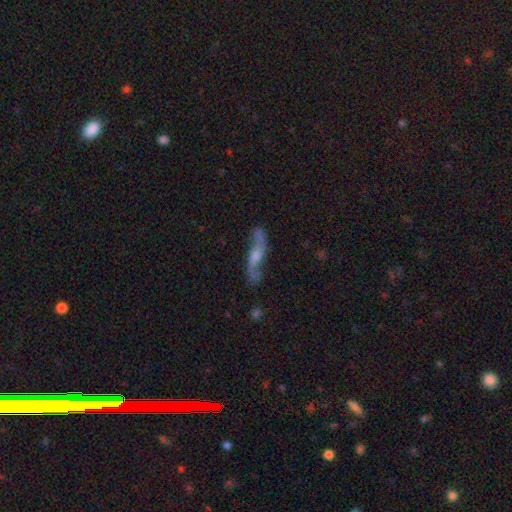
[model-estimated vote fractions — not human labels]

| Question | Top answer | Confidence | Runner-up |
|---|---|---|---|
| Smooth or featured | featured or disk | 74% | smooth (19%) |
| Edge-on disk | no | 63% | yes (37%) |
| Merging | none | 74% | minor disturbance (16%) |